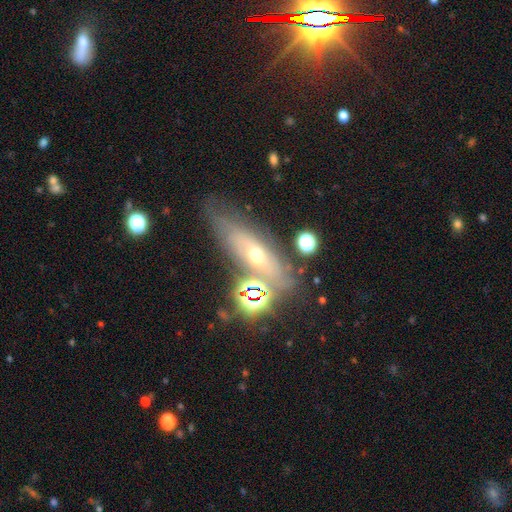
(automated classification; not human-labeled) featured or disk 48%, smooth 31%, star or artifact 21%. Down the decision tree: merging — none (57%).